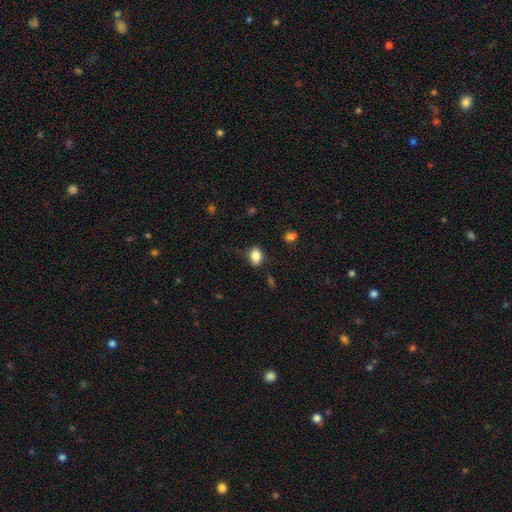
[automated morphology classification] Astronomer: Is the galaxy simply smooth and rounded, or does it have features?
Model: smooth — 83%.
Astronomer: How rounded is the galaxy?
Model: in between — 65%.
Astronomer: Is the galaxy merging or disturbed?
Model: none — 69%.